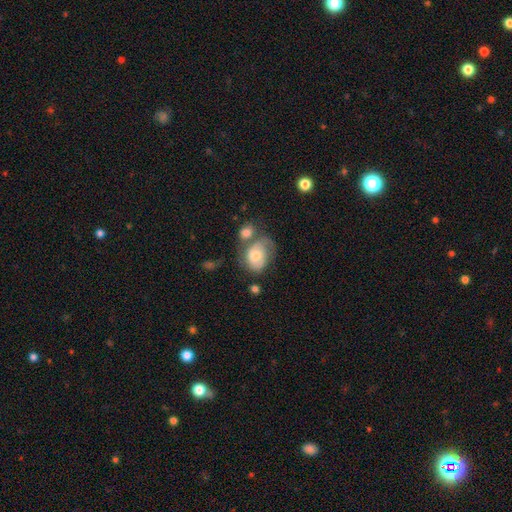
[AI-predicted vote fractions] A featured or disk galaxy (49%). Merging: none (30%).